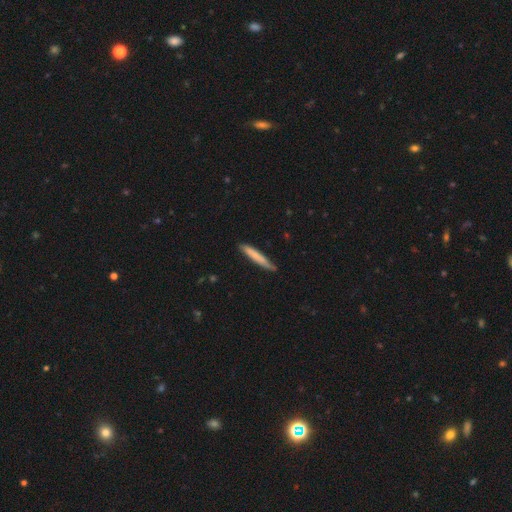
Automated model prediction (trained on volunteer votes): A smooth galaxy with no disk features (72%) that is cigar-shaped (95%). Merging: none (77%).